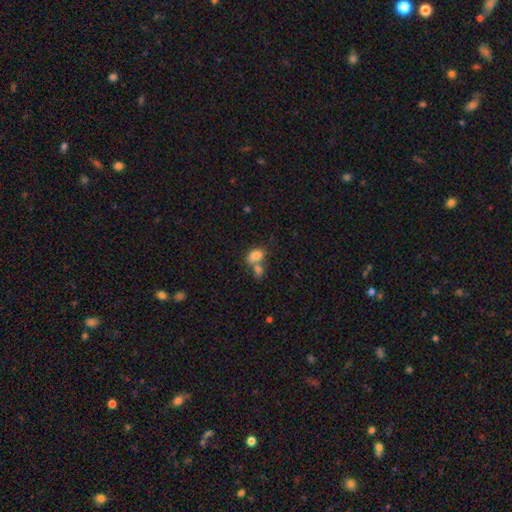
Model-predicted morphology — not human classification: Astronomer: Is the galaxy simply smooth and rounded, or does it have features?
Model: smooth — 82%.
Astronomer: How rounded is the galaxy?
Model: in between — 86%.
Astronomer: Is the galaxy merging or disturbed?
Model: merger — 52% (runner-up: none, 33%).